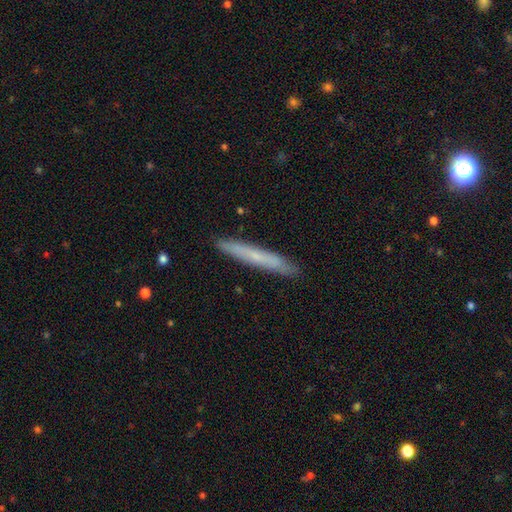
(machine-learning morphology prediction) This appears to be a smooth galaxy with no disk features (56%) that is cigar-shaped (96%). Merging: none (90%).